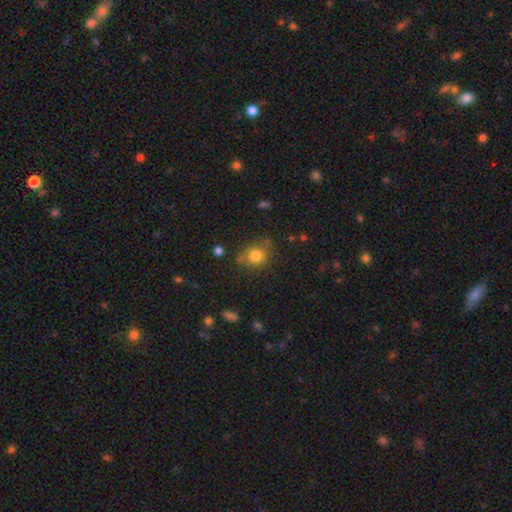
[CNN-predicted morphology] The model was most divided on "merging": none: 73%, minor disturbance: 16%, merger: 6%, major disturbance: 5%. More confident: smooth or featured — smooth (80%); how rounded — round (78%).